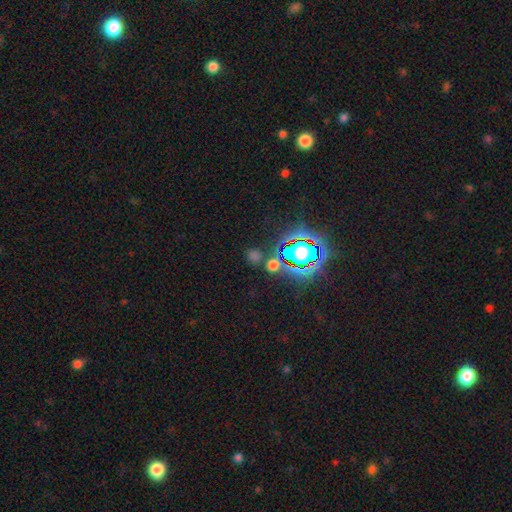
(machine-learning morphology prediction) Overall: star or artifact (51%; smooth 40%).